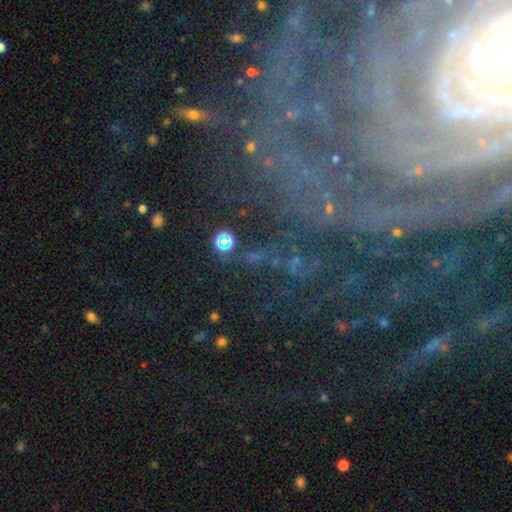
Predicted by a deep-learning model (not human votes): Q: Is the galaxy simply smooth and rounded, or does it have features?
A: star or artifact — 43%.